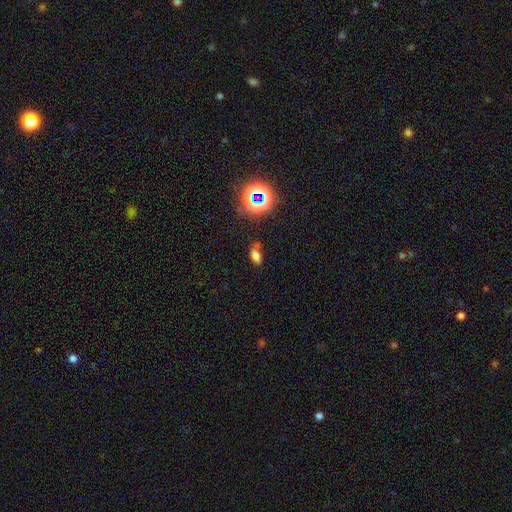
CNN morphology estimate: Smooth or featured?
  - smooth: 67% *
  - star or artifact: 22%
  - featured or disk: 11%
How rounded?
  - in between: 84% *
  - round: 11%
  - cigar-shaped: 4%
Merging?
  - none: 58% *
  - minor disturbance: 22%
  - merger: 10%
  - major disturbance: 9%